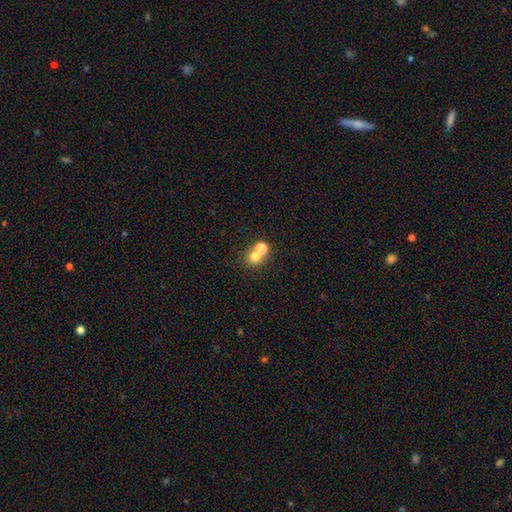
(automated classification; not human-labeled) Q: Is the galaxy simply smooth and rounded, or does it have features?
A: smooth — 72%.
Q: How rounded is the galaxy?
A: round — 81%.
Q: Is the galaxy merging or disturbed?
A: merger — 49%.